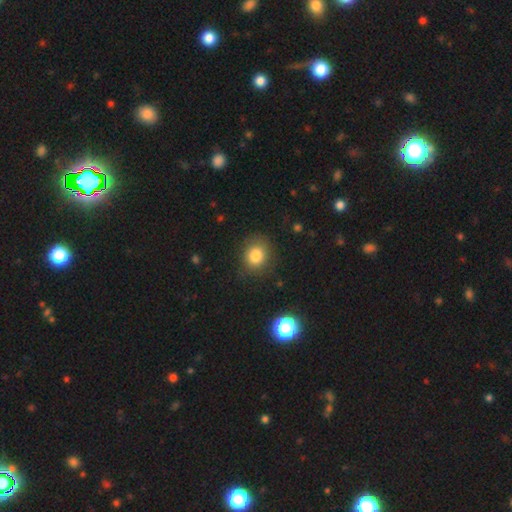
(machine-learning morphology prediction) A smooth galaxy with no disk features (81%) that is round (70%).

Vote fractions:
- Smooth or featured? smooth: 81% / star or artifact: 11% / featured or disk: 7%
- How rounded? round: 70% / in between: 29% / cigar-shaped: 1%
- Merging? none: 84% / minor disturbance: 11% / major disturbance: 4% / merger: 1%